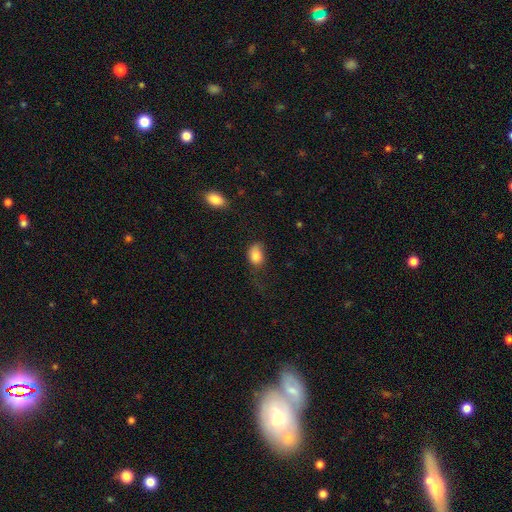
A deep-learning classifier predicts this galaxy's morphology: Smooth or featured? Predicted: smooth (p=0.84). How rounded? Predicted: in between (p=0.75). Merging? Predicted: none (p=0.40).